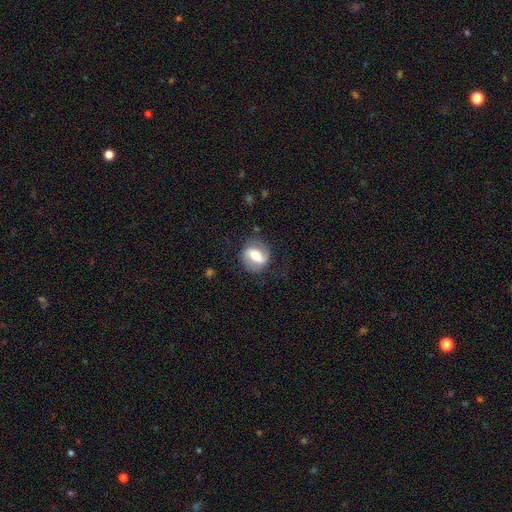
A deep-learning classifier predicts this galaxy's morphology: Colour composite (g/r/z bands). It shows a featured or disk galaxy (58%) with a strong bar (50%), spiral arms (78%) and a moderate central bulge (49%). Merging: none (74%).